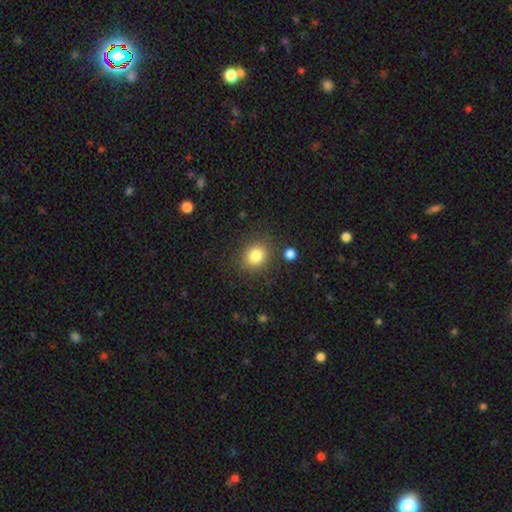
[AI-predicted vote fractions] Morphology: type=smooth (83%); roundness=round (70%); merging=none (83%).